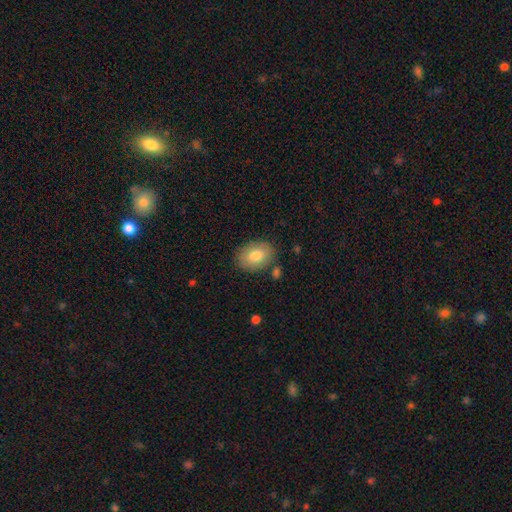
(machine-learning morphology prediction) smooth 80%, featured or disk 14%, star or artifact 7%. Down the decision tree: how rounded — in between (77%); merging — none (82%).